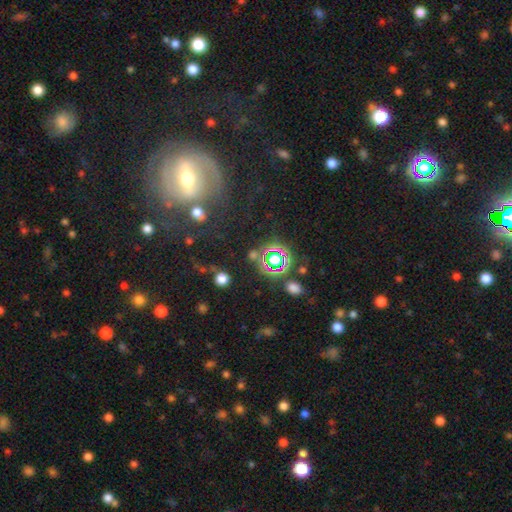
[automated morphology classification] Q: Smooth or featured?
A: star or artifact (49%); runner-up: smooth (29%)